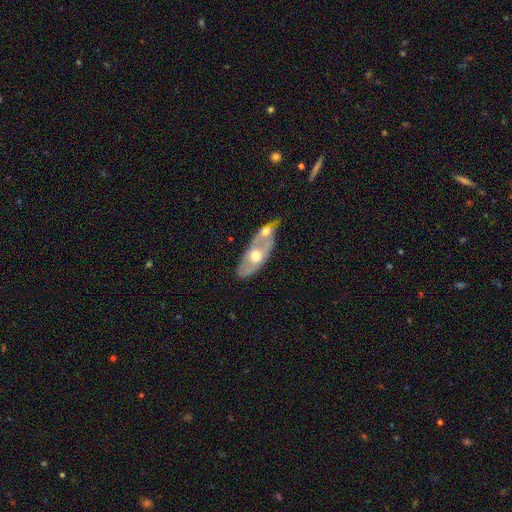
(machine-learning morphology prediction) Smooth or featured?
  - featured or disk: 57% *
  - smooth: 37%
  - star or artifact: 6%
Edge-on disk?
  - no: 71% *
  - yes: 29%
Merging?
  - merger: 41% *
  - none: 37%
  - minor disturbance: 16%
  - major disturbance: 6%